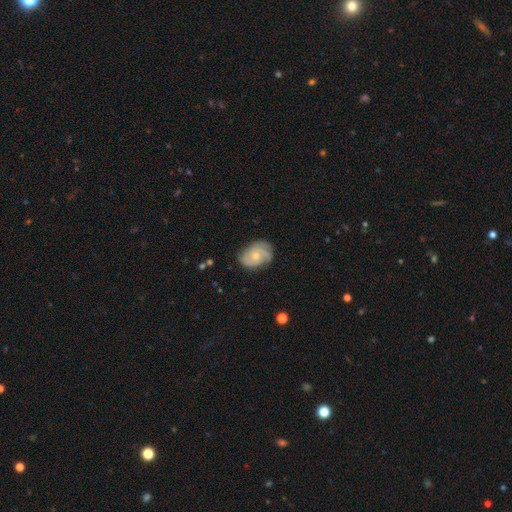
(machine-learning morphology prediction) type=featured or disk (68%); edge-on=no (97%); bar=no (71%); spiral arms=yes (92%); winding=medium (43%); arm count=2 (42%); bulge=small (53%); merging=none (70%).